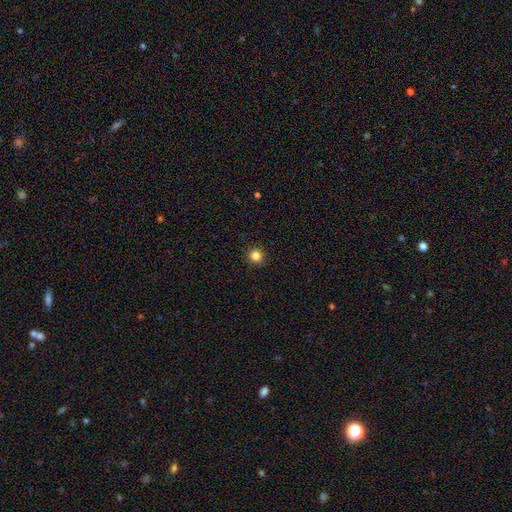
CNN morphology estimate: Q: Smooth or featured?
A: smooth (84%); runner-up: star or artifact (12%)
Q: How rounded?
A: round (94%); runner-up: in between (5%)
Q: Merging?
A: none (92%); runner-up: minor disturbance (5%)